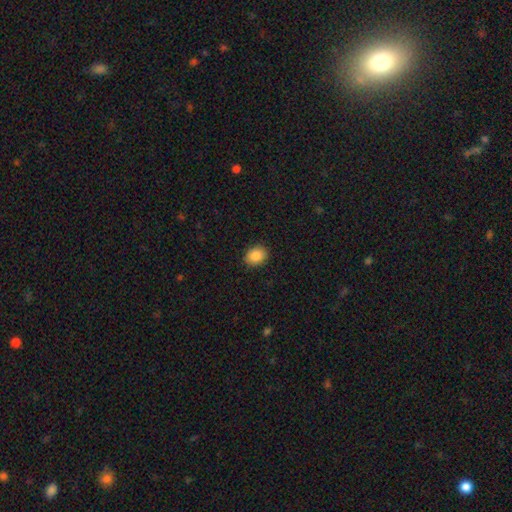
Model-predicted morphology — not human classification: smooth 87%, star or artifact 8%, featured or disk 5%. Down the decision tree: how rounded — in between (51%); merging — none (89%).